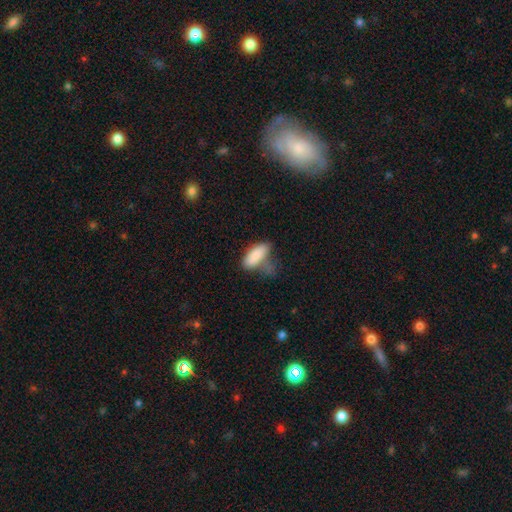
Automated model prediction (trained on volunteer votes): smooth-or-featured: smooth: 84% | featured or disk: 9% | star or artifact: 7%
  how-rounded: in between: 76% | cigar-shaped: 22% | round: 2%
  merging: none: 41% | minor disturbance: 30% | major disturbance: 17% | merger: 12%